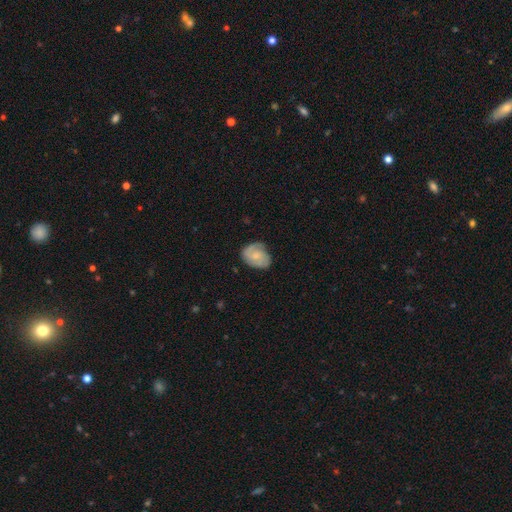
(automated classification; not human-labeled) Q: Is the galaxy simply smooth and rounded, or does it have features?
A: featured or disk — 62%.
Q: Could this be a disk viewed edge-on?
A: no — 97%.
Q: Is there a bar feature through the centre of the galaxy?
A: no — 65%.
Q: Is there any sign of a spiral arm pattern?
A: yes — 91%.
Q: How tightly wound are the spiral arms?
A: tight — 46%.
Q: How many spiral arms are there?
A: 2 — 55%.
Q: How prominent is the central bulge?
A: small — 55%.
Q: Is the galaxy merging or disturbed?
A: none — 66%.